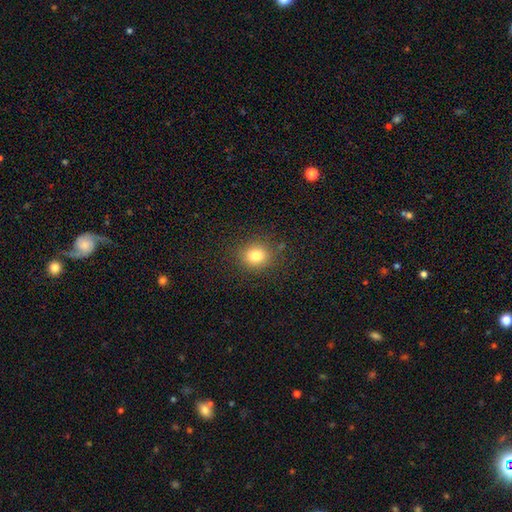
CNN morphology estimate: type=smooth (79%); roundness=round (82%); merging=none (87%).